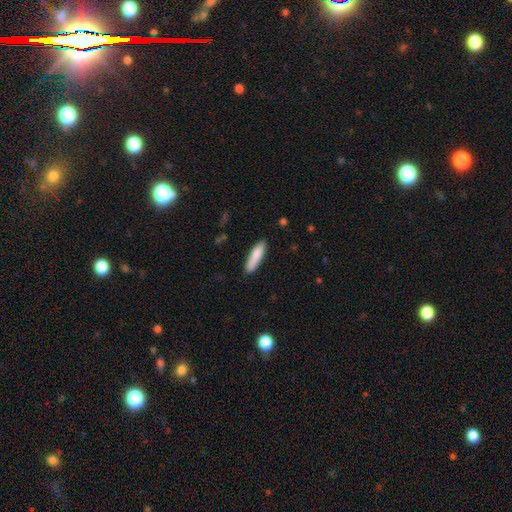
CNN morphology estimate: smooth-or-featured: smooth: 83% | featured or disk: 11% | star or artifact: 6%
  how-rounded: cigar-shaped: 77% | in between: 22% | round: 1%
  merging: none: 85% | minor disturbance: 12% | major disturbance: 2% | merger: 2%